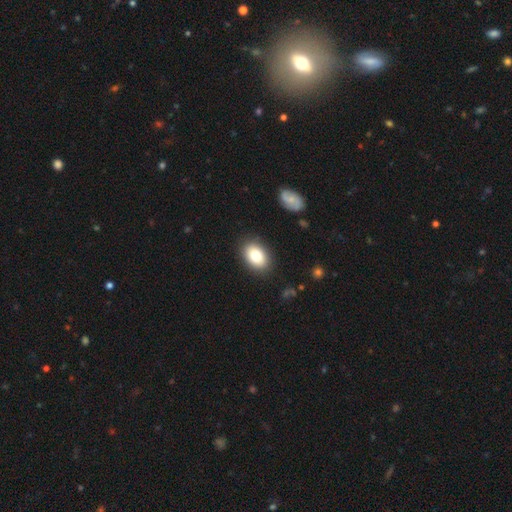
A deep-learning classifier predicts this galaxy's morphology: The model was most divided on "how rounded": in between: 85%, round: 13%, cigar-shaped: 1%. More confident: merging — none (87%); smooth or featured — smooth (83%).